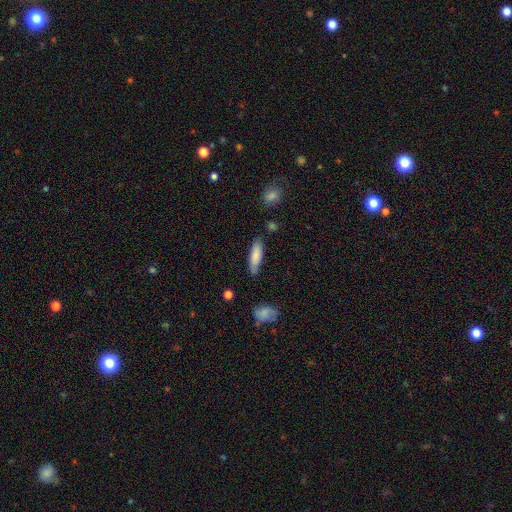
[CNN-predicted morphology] Q: Smooth or featured?
A: smooth (81%); runner-up: featured or disk (13%)
Q: How rounded?
A: cigar-shaped (59%); runner-up: in between (39%)
Q: Merging?
A: none (80%); runner-up: minor disturbance (15%)